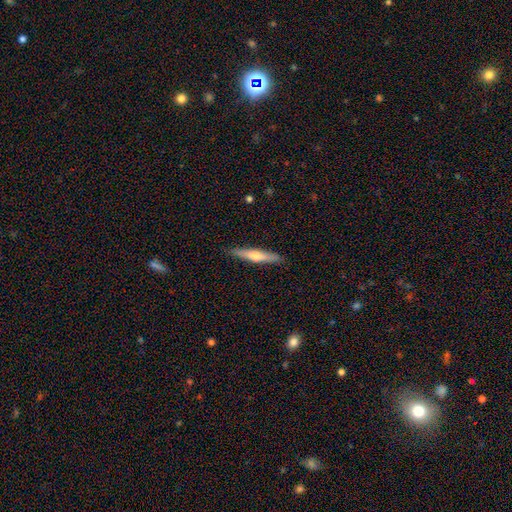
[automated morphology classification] featured or disk 49%, smooth 45%, star or artifact 6%. Down the decision tree: merging — none (90%).